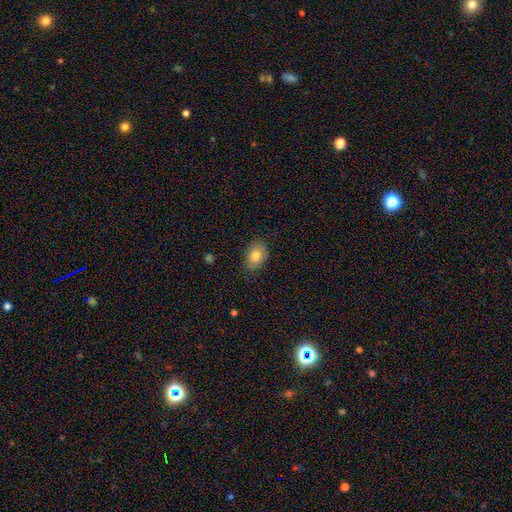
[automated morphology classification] Smooth or featured? Predicted: smooth (p=0.82). How rounded? Predicted: in between (p=0.78). Merging? Predicted: none (p=0.83).